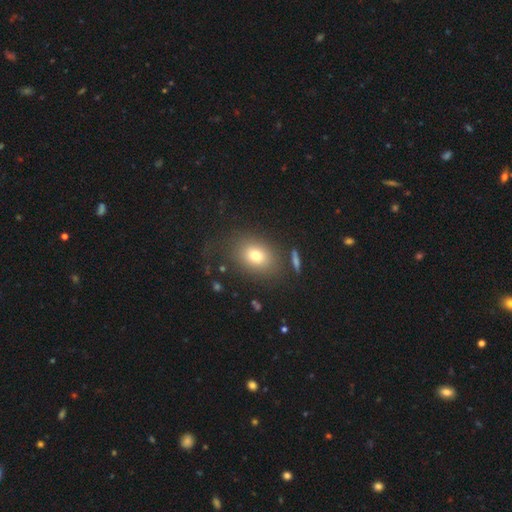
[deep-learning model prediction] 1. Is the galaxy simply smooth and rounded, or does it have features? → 74% smooth, 14% featured or disk, 13% star or artifact.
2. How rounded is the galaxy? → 59% in between, 39% round, 1% cigar-shaped.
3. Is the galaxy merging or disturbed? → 76% none, 12% minor disturbance, 9% major disturbance, 4% merger.